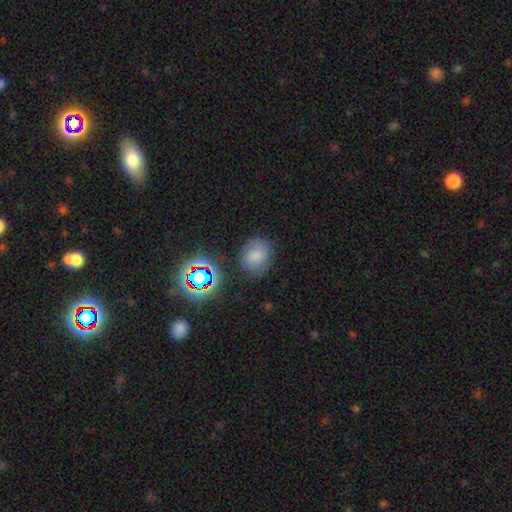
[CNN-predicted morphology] Q: Smooth or featured?
A: smooth (70%); runner-up: star or artifact (17%)
Q: How rounded?
A: round (66%); runner-up: in between (33%)
Q: Merging?
A: none (76%); runner-up: minor disturbance (16%)